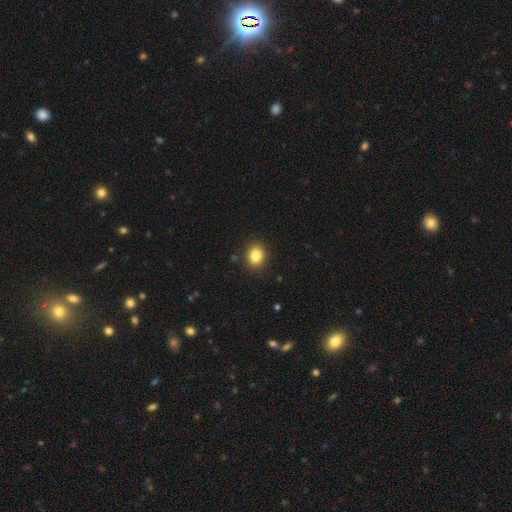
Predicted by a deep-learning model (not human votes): Smooth or featured? Predicted: smooth (p=0.84). How rounded? Predicted: round (p=0.65). Merging? Predicted: none (p=0.91).